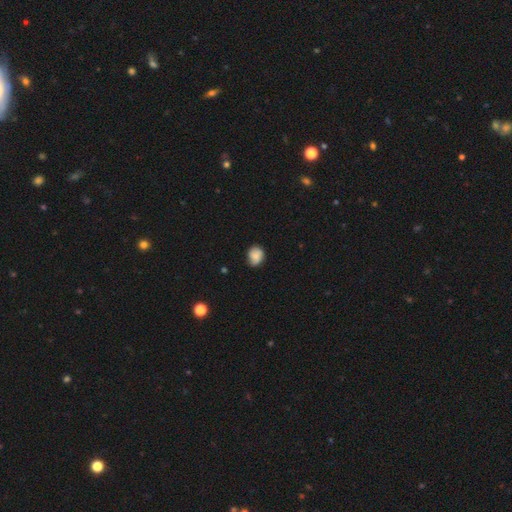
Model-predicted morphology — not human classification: Overall: smooth (77%). How rounded: round (60%; in between 39%). Merging: none (71%).